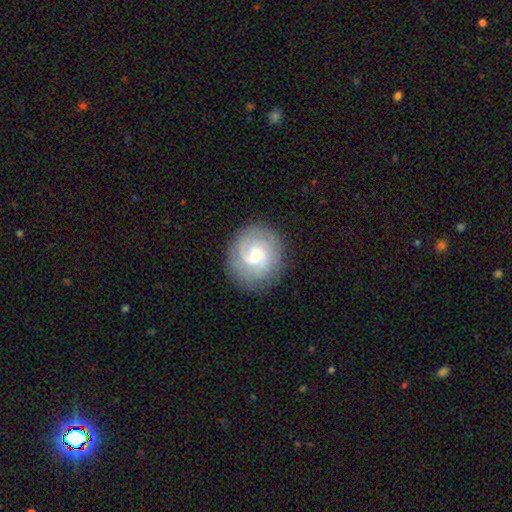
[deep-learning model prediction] A featured or disk galaxy (74%) with no bar (48%), 2 (41%) tight (55%) spiral arms (94%) and a moderate central bulge (50%).

Vote fractions:
- Smooth or featured? featured or disk: 74% / smooth: 20% / star or artifact: 6%
- Edge-on disk? no: 98% / yes: 2%
- Bar? no: 48% / weak: 45% / strong: 6%
- Spiral arms? yes: 94% / no: 6%
- Spiral winding? tight: 55% / medium: 35% / loose: 10%
- Spiral arm count? 2: 41% / can't tell: 23% / 3: 22% / 1: 5% / 4: 5% / more than 4: 4%
- Bulge size? moderate: 50% / small: 43% / large: 4% / none: 2% / dominant: 1%
- Merging? none: 84% / minor disturbance: 11% / major disturbance: 4% / merger: 1%